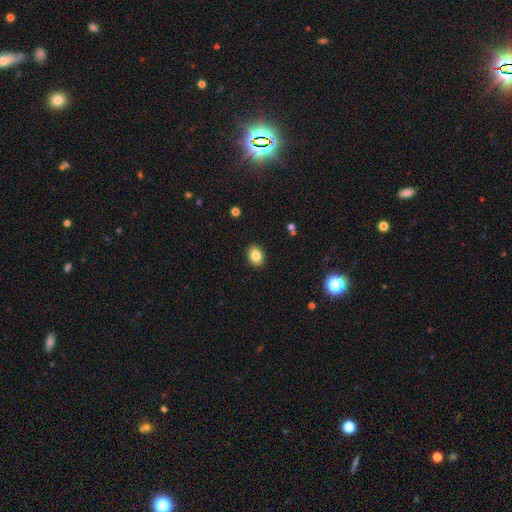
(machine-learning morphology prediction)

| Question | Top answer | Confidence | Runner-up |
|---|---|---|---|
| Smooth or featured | smooth | 83% | star or artifact (9%) |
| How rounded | in between | 67% | round (32%) |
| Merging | none | 90% | minor disturbance (7%) |